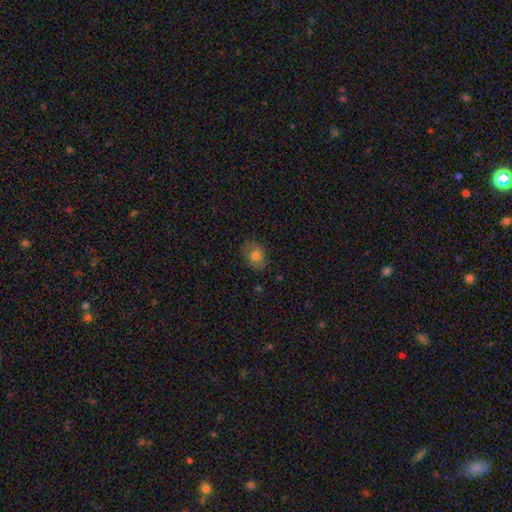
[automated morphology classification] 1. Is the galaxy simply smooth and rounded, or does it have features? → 76% smooth, 14% featured or disk, 10% star or artifact.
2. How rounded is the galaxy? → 62% in between, 37% round, 1% cigar-shaped.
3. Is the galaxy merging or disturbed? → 79% none, 16% minor disturbance, 4% major disturbance, 1% merger.